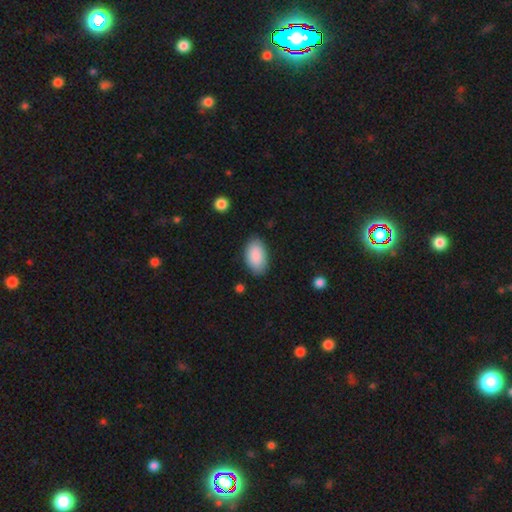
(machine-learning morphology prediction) A smooth galaxy with no disk features (90%) that is in between round and cigar-shaped (95%).

Vote fractions:
- Smooth or featured? smooth: 90% / star or artifact: 6% / featured or disk: 4%
- How rounded? in between: 95% / round: 3% / cigar-shaped: 1%
- Merging? none: 86% / minor disturbance: 11% / major disturbance: 3% / merger: 1%